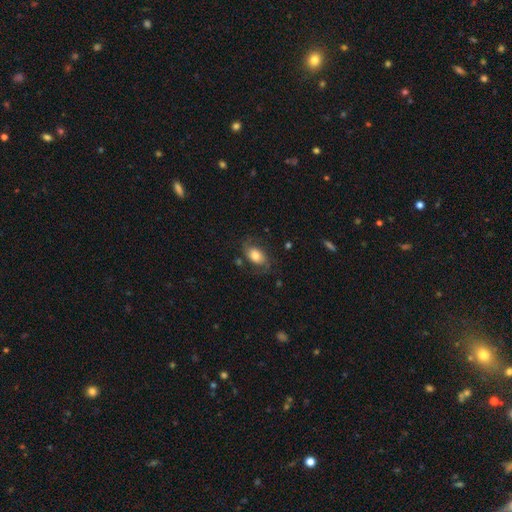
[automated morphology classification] The model was most divided on "smooth or featured": smooth: 51%, featured or disk: 40%, star or artifact: 9%. More confident: how rounded — in between (85%); merging — none (65%).